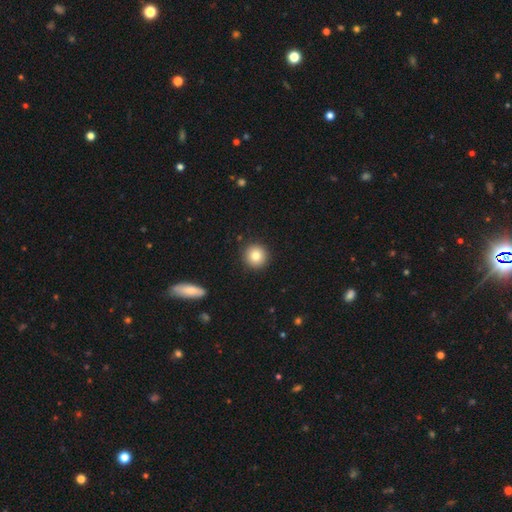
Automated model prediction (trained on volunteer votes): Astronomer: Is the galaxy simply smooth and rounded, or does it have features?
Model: smooth — 82%.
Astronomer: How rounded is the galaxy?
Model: round — 94%.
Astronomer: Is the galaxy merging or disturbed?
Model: none — 91%.